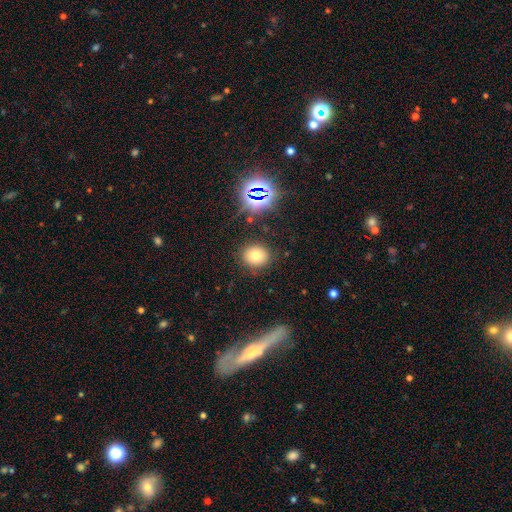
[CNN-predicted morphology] Smooth or featured? smooth (71%)
How rounded? round (75%)
Merging? none (86%)